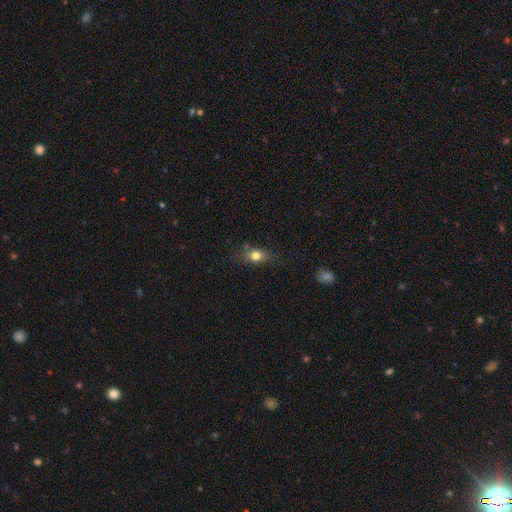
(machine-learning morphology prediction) The model was most divided on "how rounded": in between: 59%, round: 35%, cigar-shaped: 6%. More confident: smooth or featured — smooth (75%); merging — none (64%).